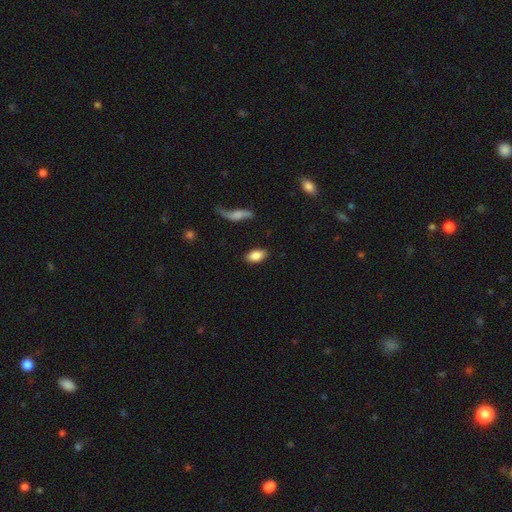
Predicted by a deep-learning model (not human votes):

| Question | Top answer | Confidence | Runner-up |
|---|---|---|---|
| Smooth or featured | smooth | 84% | featured or disk (10%) |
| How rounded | in between | 92% | round (6%) |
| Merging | none | 83% | minor disturbance (11%) |